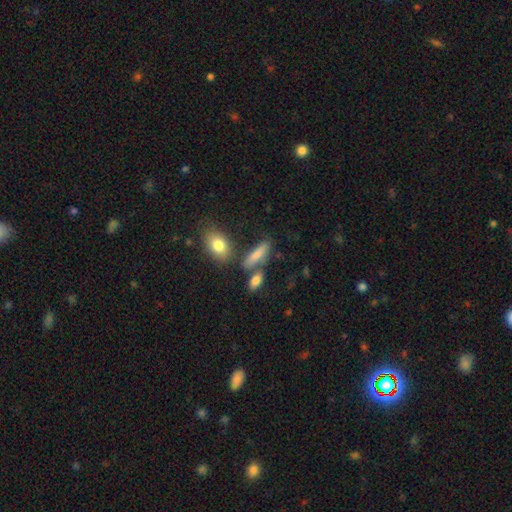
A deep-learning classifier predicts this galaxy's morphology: Smooth or featured: smooth — 73% (featured or disk — 18%)
How rounded: cigar-shaped — 52% (in between — 43%)
Merging: none — 60% (merger — 19%)